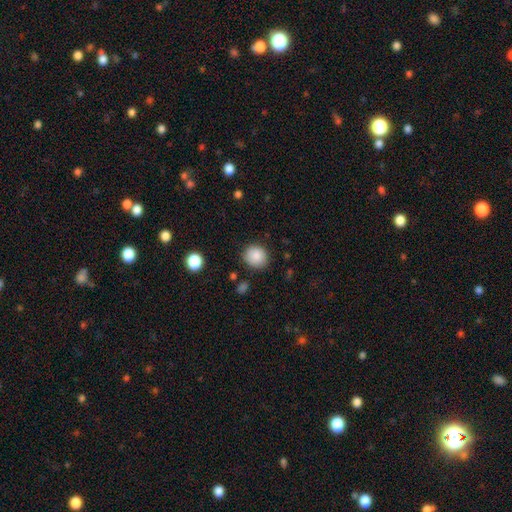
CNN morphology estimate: Smooth or featured? smooth (87%)
How rounded? round (85%)
Merging? none (85%)